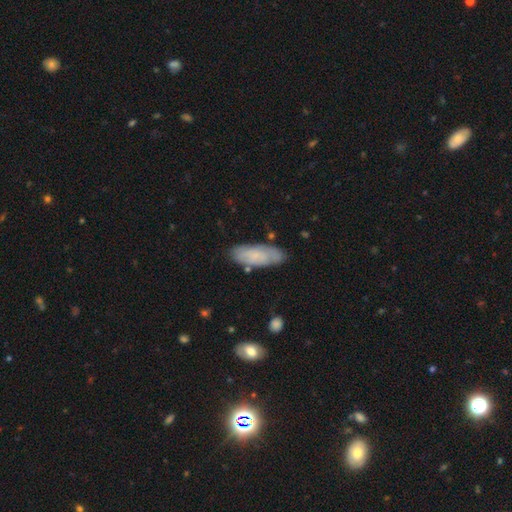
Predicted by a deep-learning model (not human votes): Morphology: type=smooth (62%); roundness=in between (72%); merging=none (77%).